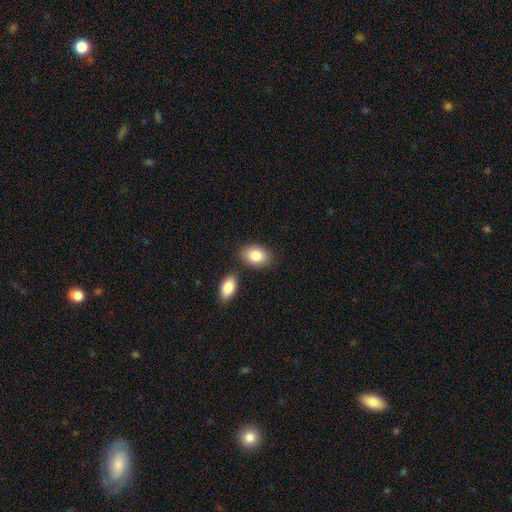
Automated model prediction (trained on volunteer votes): The model was most divided on "merging": none: 75%, minor disturbance: 11%, merger: 10%, major disturbance: 3%. More confident: how rounded — in between (88%); smooth or featured — smooth (85%).